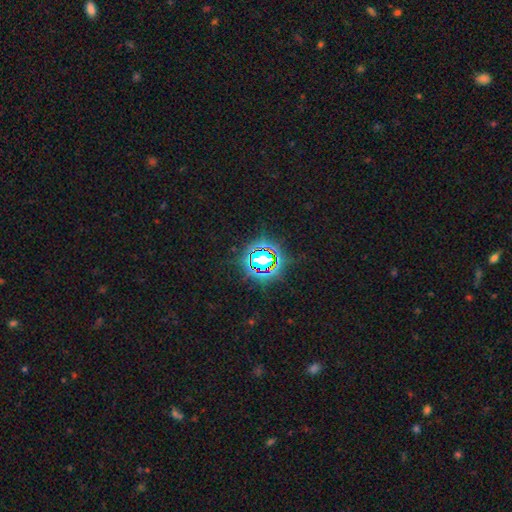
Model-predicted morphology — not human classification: star or artifact 80%, smooth 13%, featured or disk 7%.